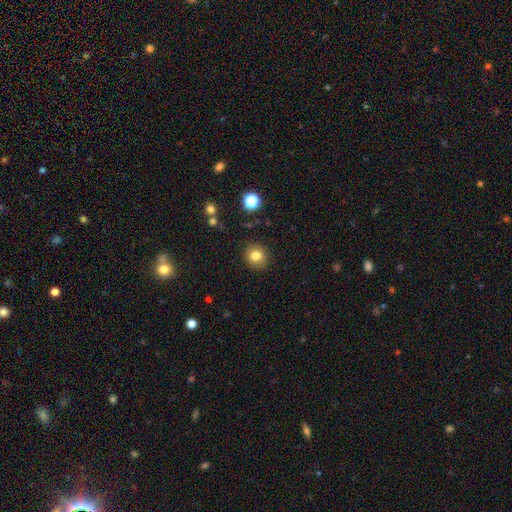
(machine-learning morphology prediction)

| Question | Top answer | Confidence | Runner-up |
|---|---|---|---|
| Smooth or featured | smooth | 81% | star or artifact (11%) |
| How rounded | round | 88% | in between (12%) |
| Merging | none | 90% | minor disturbance (7%) |